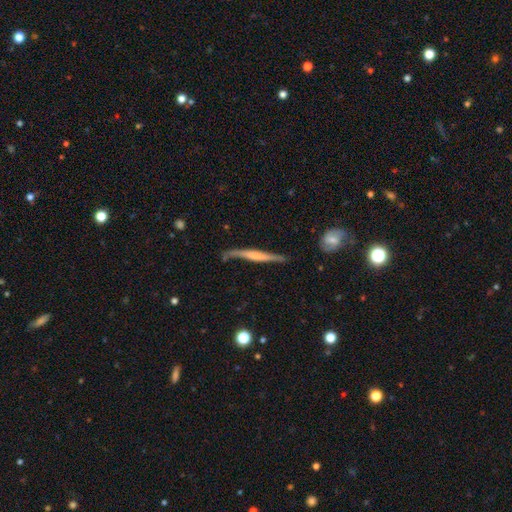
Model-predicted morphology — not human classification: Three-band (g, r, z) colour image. It shows a featured or disk galaxy (61%) viewed edge-on (87%) with no central bulge (42%). Merging: none (61%).